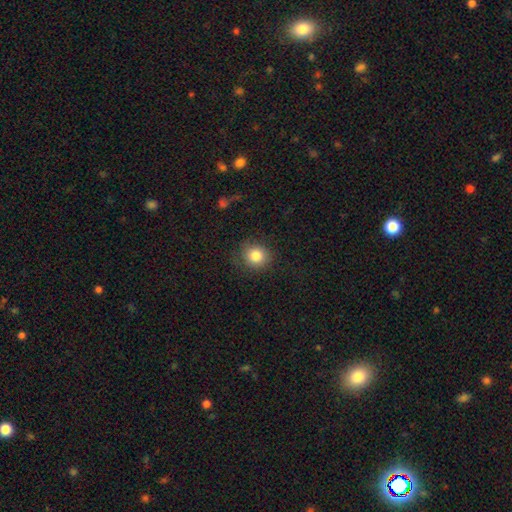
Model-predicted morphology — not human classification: Smooth or featured?
  - smooth: 83% *
  - star or artifact: 10%
  - featured or disk: 7%
How rounded?
  - round: 87% *
  - in between: 12%
  - cigar-shaped: 1%
Merging?
  - none: 81% *
  - minor disturbance: 13%
  - major disturbance: 5%
  - merger: 1%